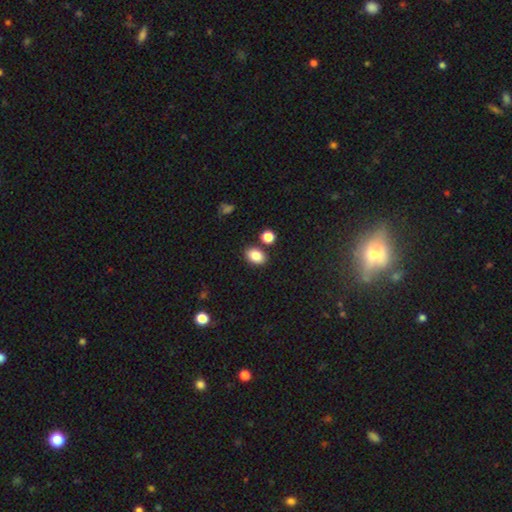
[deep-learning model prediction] A smooth galaxy with no disk features (85%) that is in between round and cigar-shaped (78%). Merging: none (82%).